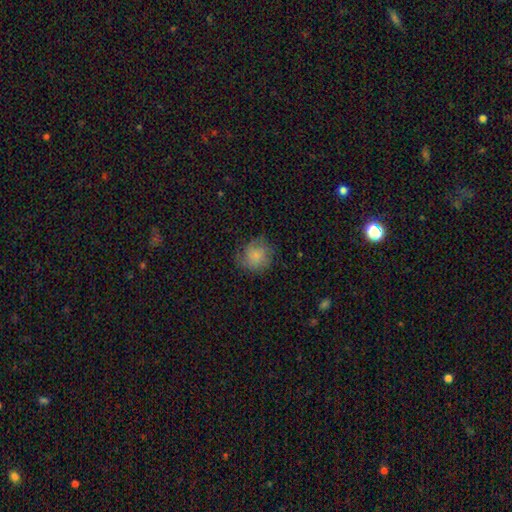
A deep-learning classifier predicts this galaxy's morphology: Smooth or featured: smooth — 74% (featured or disk — 16%)
How rounded: round — 85% (in between — 14%)
Merging: none — 69% (minor disturbance — 21%)